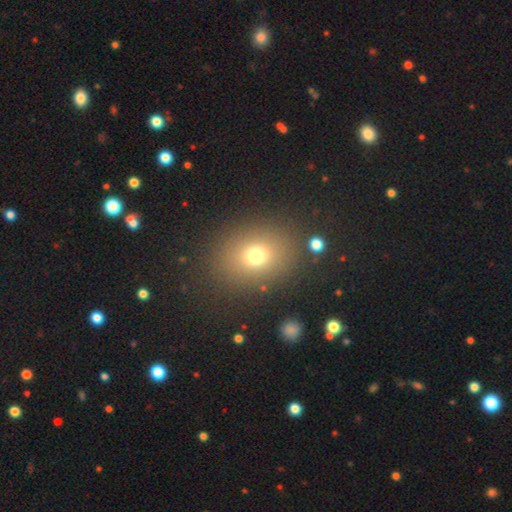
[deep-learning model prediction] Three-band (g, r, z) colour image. It shows a smooth galaxy with no disk features (72%) that is round (52%). Merging: none (84%).